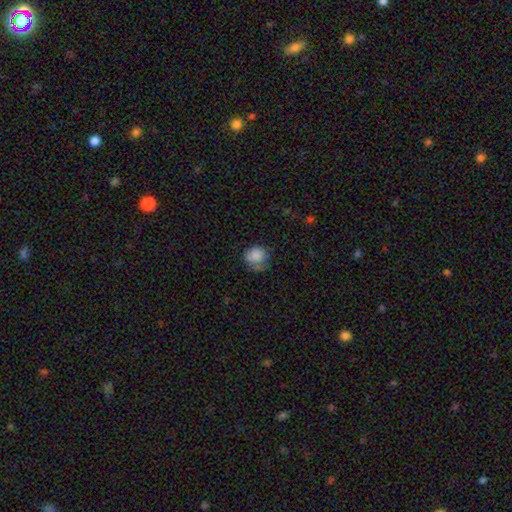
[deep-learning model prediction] smooth_or_featured: smooth (p=0.84) [alt: star or artifact p=0.09]
how_rounded: round (p=0.78) [alt: in between p=0.22]
merging: none (p=0.53) [alt: minor disturbance p=0.32]